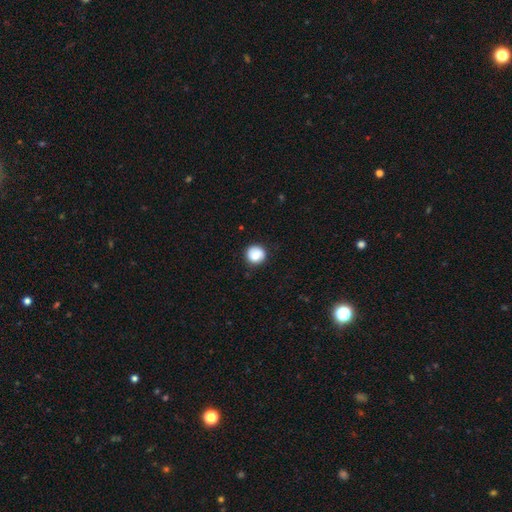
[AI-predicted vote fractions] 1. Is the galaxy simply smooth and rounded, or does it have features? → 78% smooth, 13% featured or disk, 9% star or artifact.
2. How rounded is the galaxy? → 91% round, 8% in between, 1% cigar-shaped.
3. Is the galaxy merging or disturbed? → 83% none, 13% minor disturbance, 3% major disturbance, 2% merger.